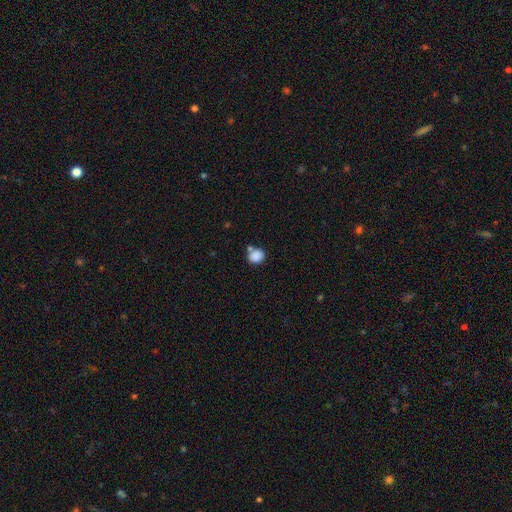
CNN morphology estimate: Q: Smooth or featured?
A: smooth (86%); runner-up: star or artifact (9%)
Q: How rounded?
A: round (75%); runner-up: in between (24%)
Q: Merging?
A: none (64%); runner-up: merger (17%)